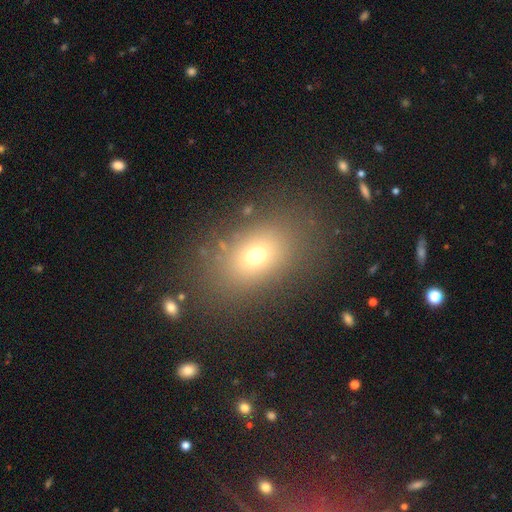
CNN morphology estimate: smooth 67%, star or artifact 19%, featured or disk 14%. Down the decision tree: how rounded — in between (72%); merging — none (83%).